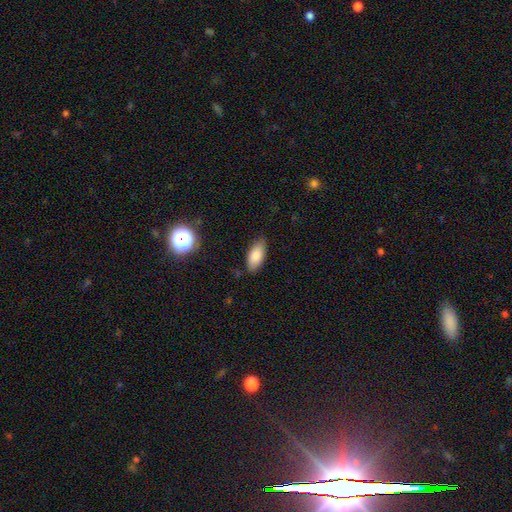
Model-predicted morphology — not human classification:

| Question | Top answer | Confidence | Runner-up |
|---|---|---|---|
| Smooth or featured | smooth | 81% | featured or disk (10%) |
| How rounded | in between | 88% | cigar-shaped (9%) |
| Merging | none | 83% | minor disturbance (13%) |